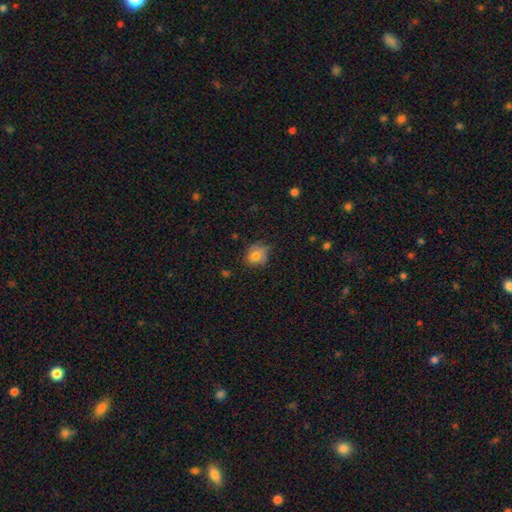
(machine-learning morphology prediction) smooth_or_featured: smooth (p=0.77) [alt: featured or disk p=0.13]
how_rounded: round (p=0.73) [alt: in between p=0.26]
merging: none (p=0.62) [alt: minor disturbance p=0.27]